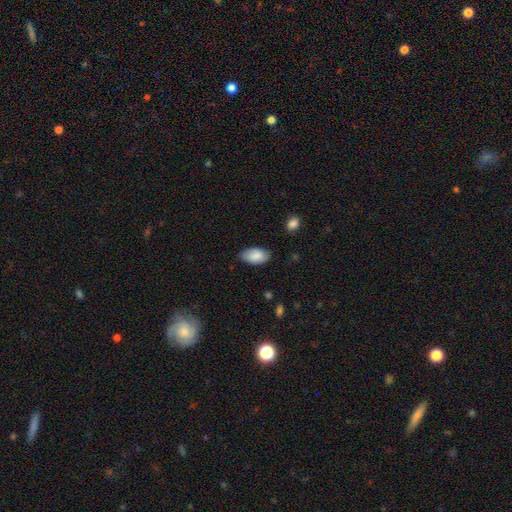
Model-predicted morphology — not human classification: The model was most divided on "merging": none: 79%, minor disturbance: 17%, major disturbance: 3%, merger: 1%. More confident: how rounded — in between (95%); smooth or featured — smooth (87%).